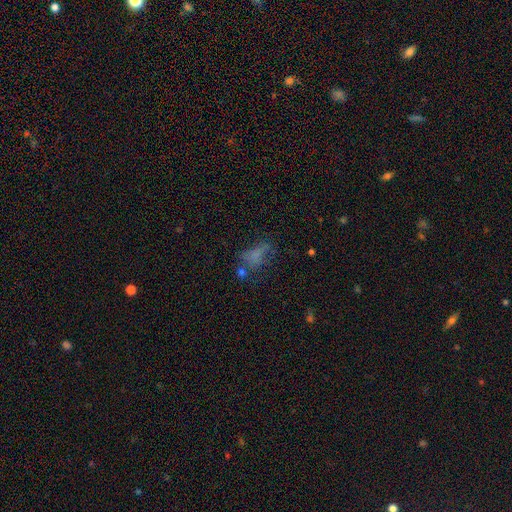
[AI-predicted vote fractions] Smooth or featured? smooth (52%)
How rounded? in between (75%)
Merging? none (37%)